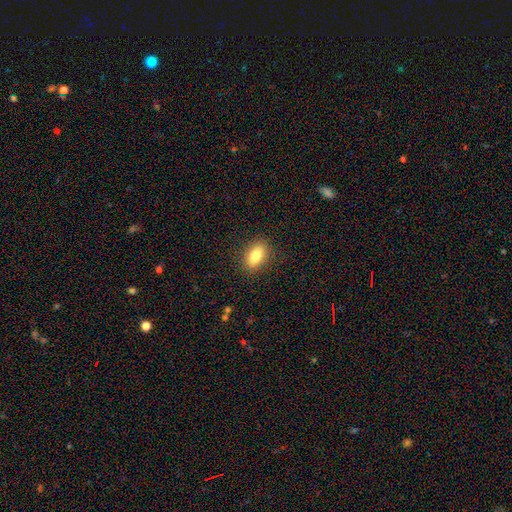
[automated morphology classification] smooth_or_featured: smooth (p=0.81) [alt: featured or disk p=0.12]
how_rounded: in between (p=0.84) [alt: cigar-shaped p=0.10]
merging: none (p=0.88) [alt: minor disturbance p=0.09]